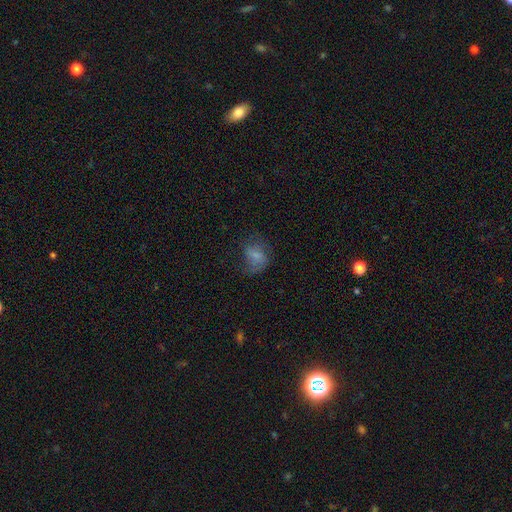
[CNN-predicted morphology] This appears to be a smooth galaxy with no disk features (57%) that is in between round and cigar-shaped (59%). Merging: none (46%).